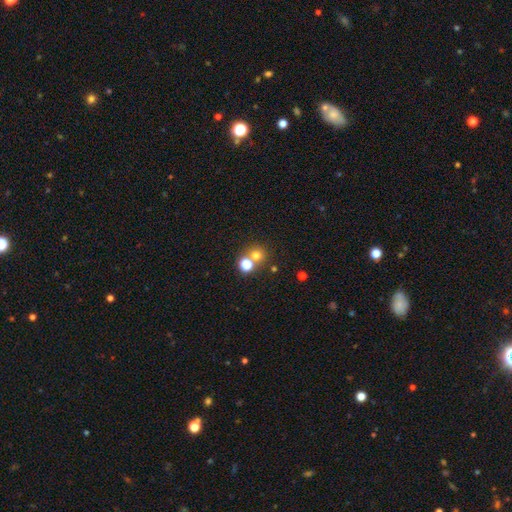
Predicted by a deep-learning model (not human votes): Smooth or featured: smooth — 70% (star or artifact — 21%)
How rounded: round — 89% (in between — 10%)
Merging: none — 60% (merger — 31%)